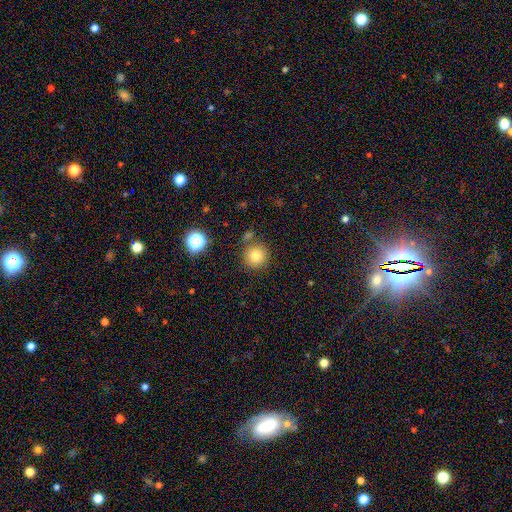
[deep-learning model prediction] This appears to be a smooth galaxy with no disk features (80%) that is round (93%). Merging: none (77%).